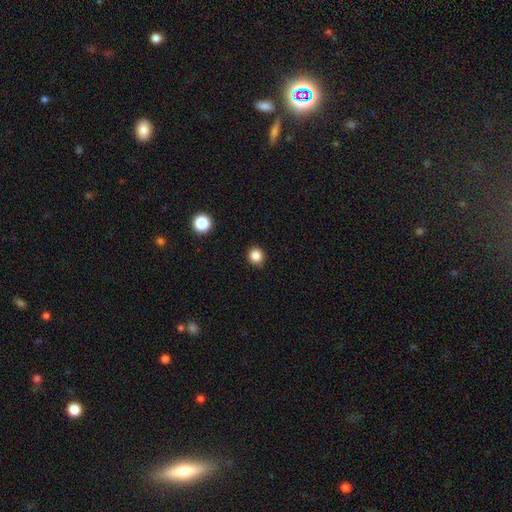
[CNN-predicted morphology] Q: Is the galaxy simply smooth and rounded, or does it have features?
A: smooth — 84%.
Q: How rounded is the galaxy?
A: round — 84%.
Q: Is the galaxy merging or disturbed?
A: none — 90%.